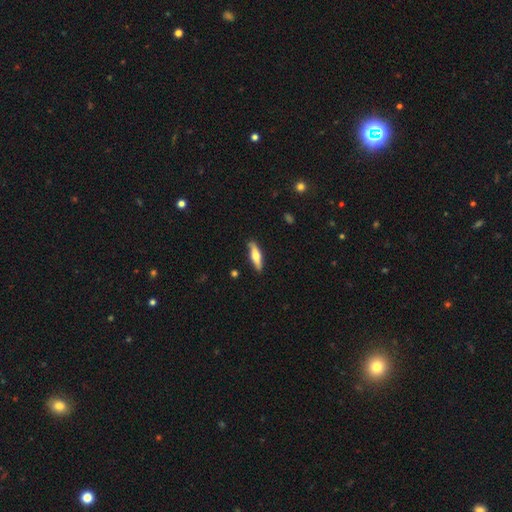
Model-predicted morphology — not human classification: The model was most divided on "smooth or featured": smooth: 56%, featured or disk: 38%, star or artifact: 5%. More confident: merging — none (84%); how rounded — cigar-shaped (68%).